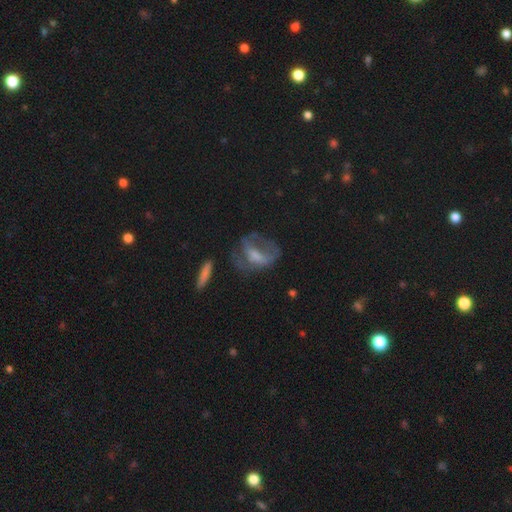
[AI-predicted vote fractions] Q: Smooth or featured?
A: featured or disk (53%); runner-up: smooth (34%)
Q: Edge-on disk?
A: no (92%); runner-up: yes (8%)
Q: Merging?
A: none (38%); runner-up: major disturbance (36%)